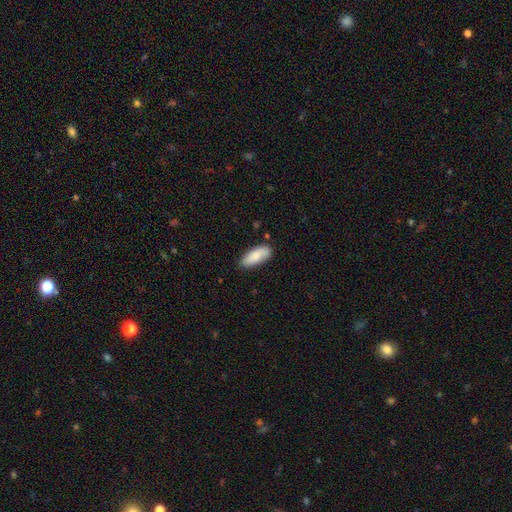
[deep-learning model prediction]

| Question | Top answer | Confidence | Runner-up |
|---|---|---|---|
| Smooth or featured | smooth | 80% | featured or disk (14%) |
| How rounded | in between | 84% | cigar-shaped (14%) |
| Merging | none | 78% | minor disturbance (18%) |